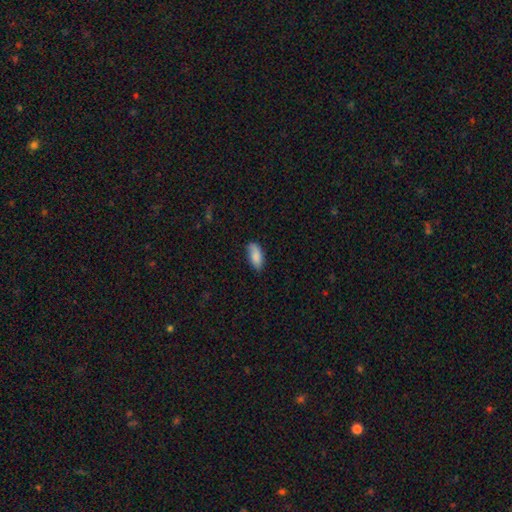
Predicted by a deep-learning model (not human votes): A smooth galaxy with no disk features (85%) that is in between round and cigar-shaped (88%).

Vote fractions:
- Smooth or featured? smooth: 85% / featured or disk: 8% / star or artifact: 7%
- How rounded? in between: 88% / cigar-shaped: 10% / round: 2%
- Merging? none: 71% / minor disturbance: 23% / major disturbance: 4% / merger: 2%